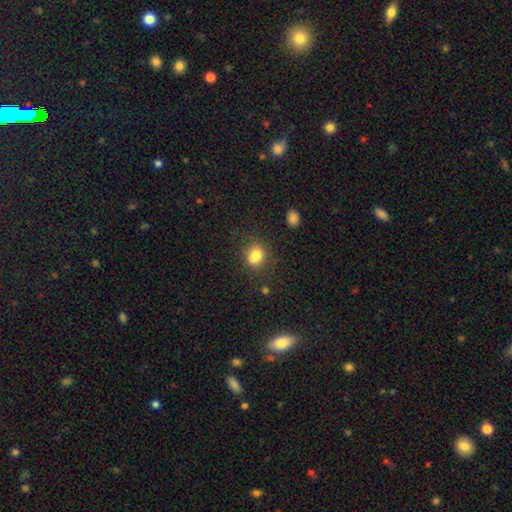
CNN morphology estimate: Smooth or featured?
  - smooth: 77% *
  - star or artifact: 12%
  - featured or disk: 11%
How rounded?
  - round: 58% *
  - in between: 41%
  - cigar-shaped: 1%
Merging?
  - none: 56% *
  - merger: 19%
  - minor disturbance: 18%
  - major disturbance: 7%